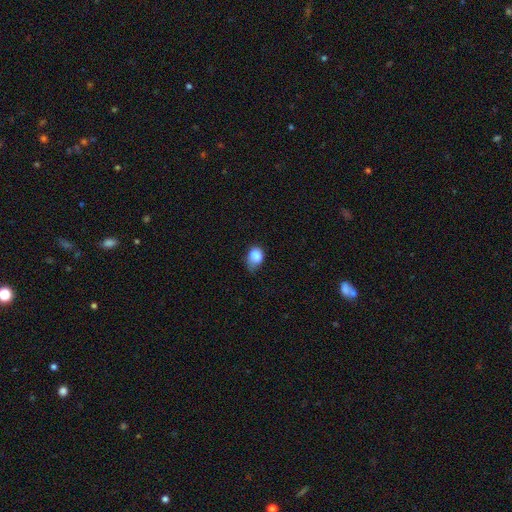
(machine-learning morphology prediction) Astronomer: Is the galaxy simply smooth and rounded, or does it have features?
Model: smooth — 83%.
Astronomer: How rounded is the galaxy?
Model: in between — 66%.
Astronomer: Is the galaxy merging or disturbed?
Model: minor disturbance — 44% (runner-up: none, 32%).